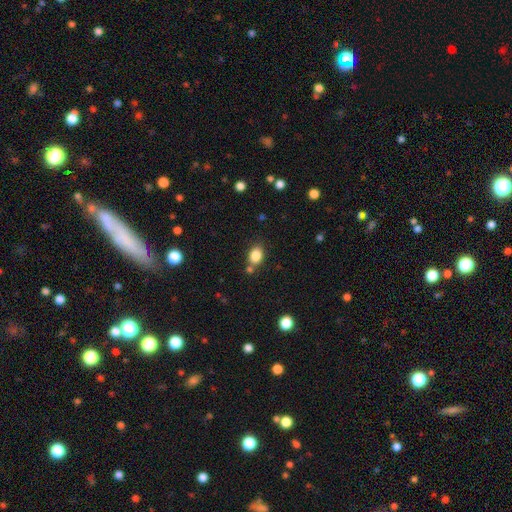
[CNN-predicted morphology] The model was most divided on "how rounded": in between: 65%, round: 34%, cigar-shaped: 1%. More confident: smooth or featured — smooth (84%); merging — none (72%).